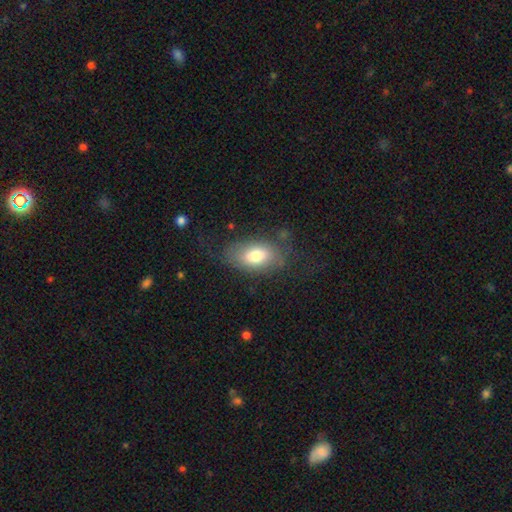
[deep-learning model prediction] This appears to be a smooth galaxy with no disk features (73%) that is in between round and cigar-shaped (91%). Merging: none (66%).